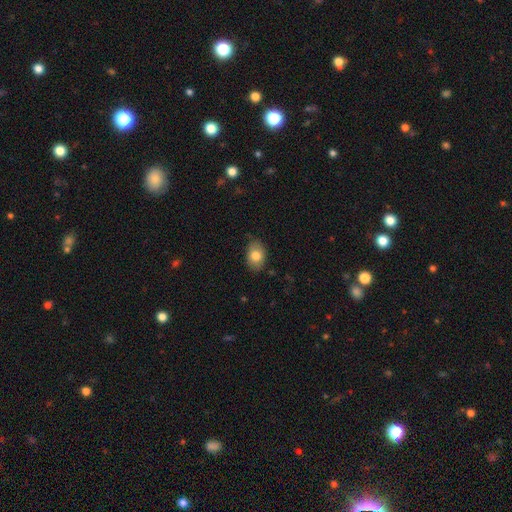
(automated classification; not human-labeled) Q: Smooth or featured?
A: smooth (80%); runner-up: featured or disk (12%)
Q: How rounded?
A: in between (79%); runner-up: round (20%)
Q: Merging?
A: none (80%); runner-up: minor disturbance (16%)